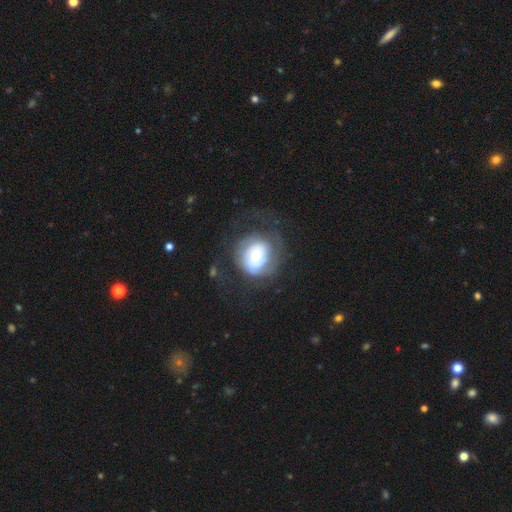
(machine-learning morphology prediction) The model was most divided on "spiral arms": yes: 65%, no: 35%. More confident: edge-on disk — no (97%); bar — no (75%); smooth or featured — featured or disk (63%); bulge size — moderate (63%); merging — none (57%).